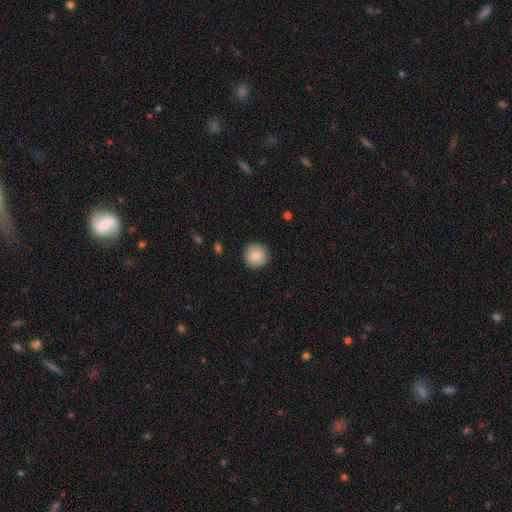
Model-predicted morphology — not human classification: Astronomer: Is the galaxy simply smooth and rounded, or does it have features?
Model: smooth — 88%.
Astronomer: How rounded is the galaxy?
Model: round — 94%.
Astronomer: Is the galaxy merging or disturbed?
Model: none — 90%.